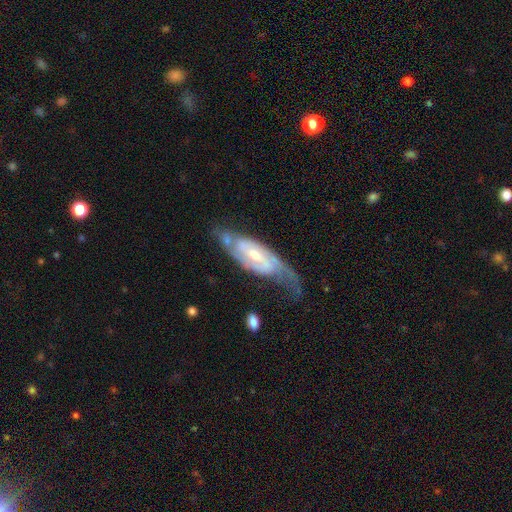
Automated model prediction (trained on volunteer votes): Smooth or featured: featured or disk — 86% (smooth — 9%)
Edge-on disk: no — 91% (yes — 9%)
Bar: weak — 46% (no — 28%)
Spiral arms: yes — 96% (no — 4%)
Spiral winding: medium — 46% (tight — 36%)
Spiral arm count: 2 — 81% (can't tell — 10%)
Bulge size: small — 54% (moderate — 39%)
Merging: none — 55% (minor disturbance — 24%)